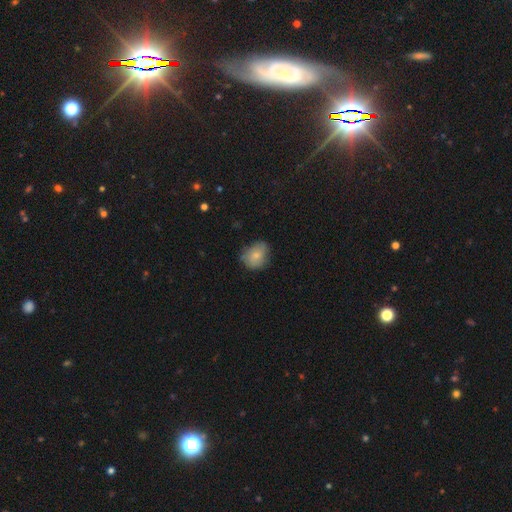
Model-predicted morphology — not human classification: The model was most divided on "how rounded": round: 54%, in between: 45%, cigar-shaped: 1%. More confident: smooth or featured — smooth (72%); merging — none (60%).